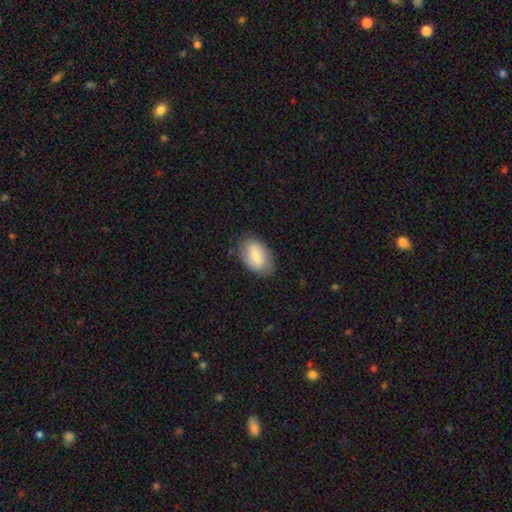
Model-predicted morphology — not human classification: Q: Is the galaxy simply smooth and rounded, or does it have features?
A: smooth — 75%.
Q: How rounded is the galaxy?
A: in between — 90%.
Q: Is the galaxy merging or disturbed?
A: none — 76%.